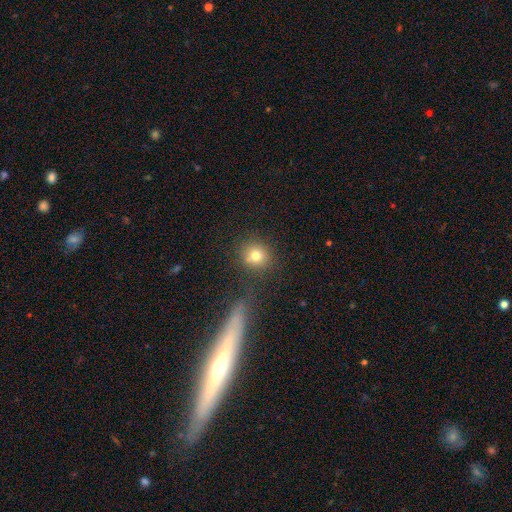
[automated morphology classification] type=smooth (76%); roundness=round (87%); merging=none (76%).